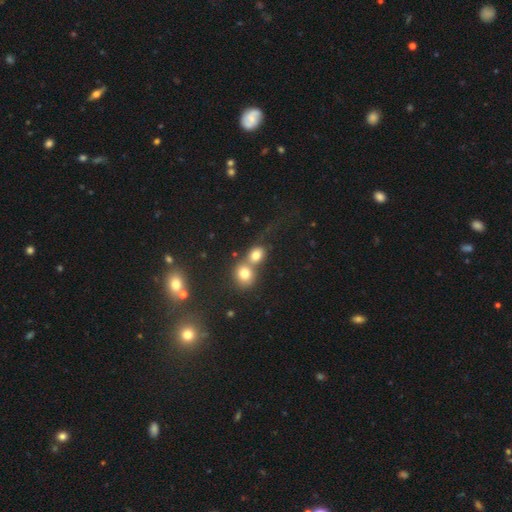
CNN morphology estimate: smooth_or_featured: smooth (p=0.73) [alt: star or artifact p=0.14]
how_rounded: round (p=0.68) [alt: in between p=0.31]
merging: merger (p=0.59) [alt: none p=0.29]